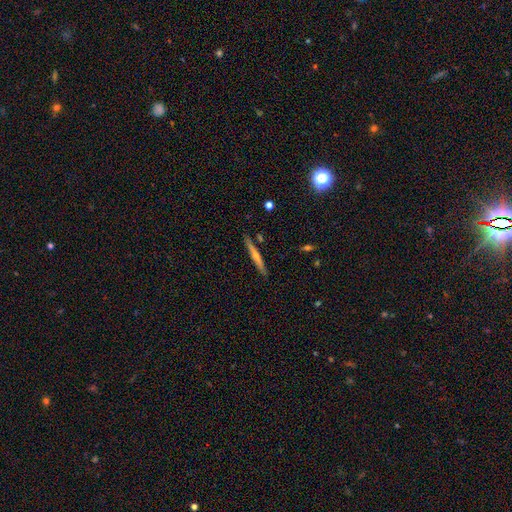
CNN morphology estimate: Q: Smooth or featured?
A: featured or disk (63%); runner-up: smooth (30%)
Q: Edge-on disk?
A: yes (97%); runner-up: no (3%)
Q: Edge-on bulge?
A: rounded (75%); runner-up: none (22%)
Q: Merging?
A: none (89%); runner-up: minor disturbance (8%)